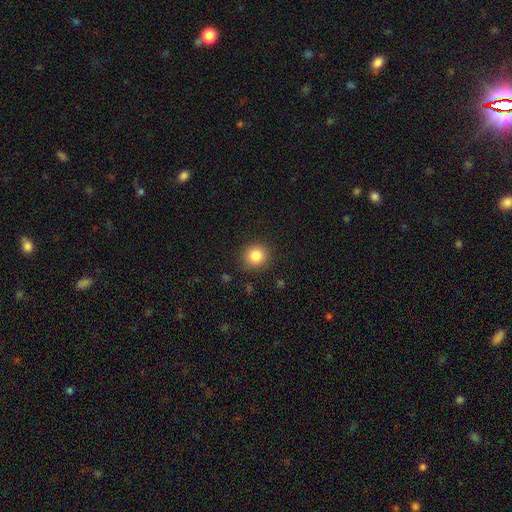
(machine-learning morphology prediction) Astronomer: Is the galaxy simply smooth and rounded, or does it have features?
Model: smooth — 85%.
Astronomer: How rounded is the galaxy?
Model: round — 91%.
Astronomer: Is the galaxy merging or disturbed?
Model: none — 89%.